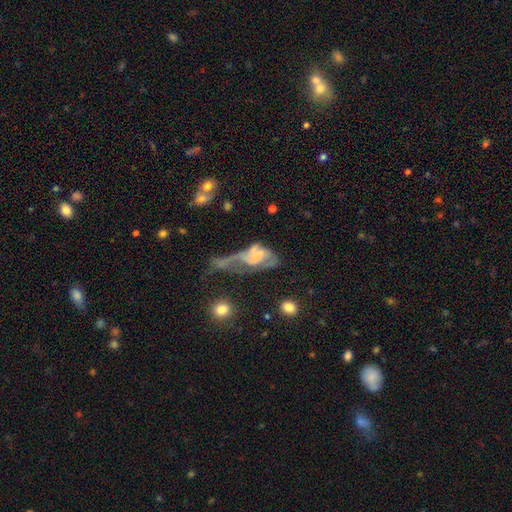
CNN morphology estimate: featured or disk 61%, smooth 30%, star or artifact 9%. Down the decision tree: edge-on disk — no (94%); bar — no (52%); spiral arms — yes (60%); bulge size — small (45%); merging — major disturbance (51%).